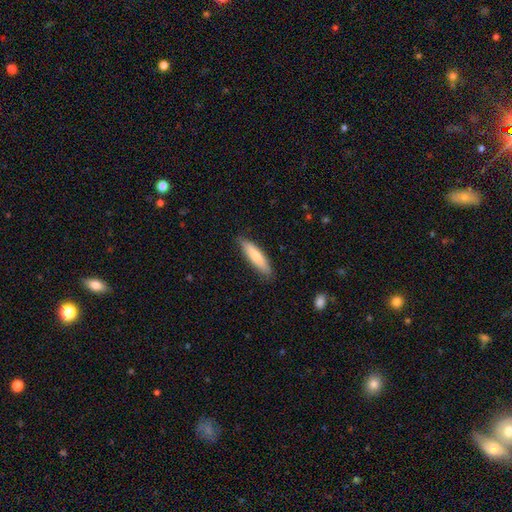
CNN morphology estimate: This is likely a smooth galaxy (77%). How rounded: likely cigar-shaped (75%). Merging: clearly none (86%).